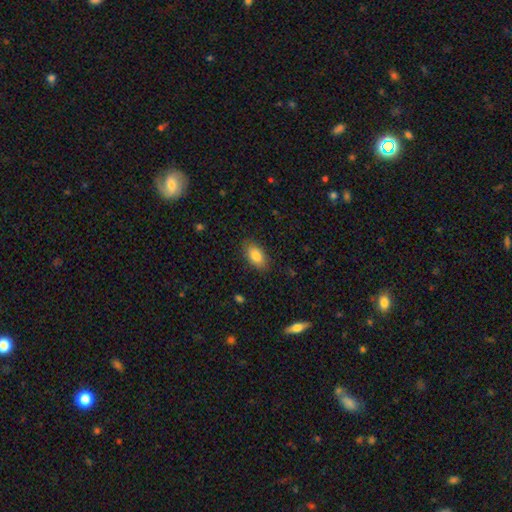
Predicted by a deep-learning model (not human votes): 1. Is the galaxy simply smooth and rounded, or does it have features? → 84% smooth, 9% featured or disk, 7% star or artifact.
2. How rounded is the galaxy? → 91% in between, 6% round, 3% cigar-shaped.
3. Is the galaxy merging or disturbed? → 84% none, 12% minor disturbance, 3% major disturbance, 1% merger.